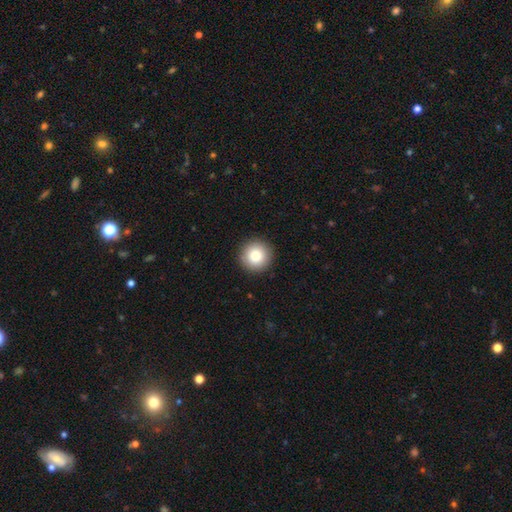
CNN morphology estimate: The model was most divided on "smooth or featured": smooth: 81%, featured or disk: 10%, star or artifact: 9%. More confident: how rounded — round (96%); merging — none (92%).